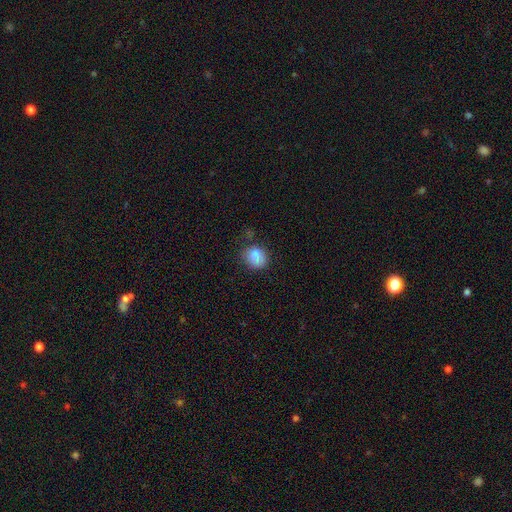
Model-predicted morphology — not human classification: Q: Smooth or featured?
A: smooth (81%); runner-up: star or artifact (10%)
Q: How rounded?
A: round (65%); runner-up: in between (34%)
Q: Merging?
A: none (60%); runner-up: minor disturbance (24%)